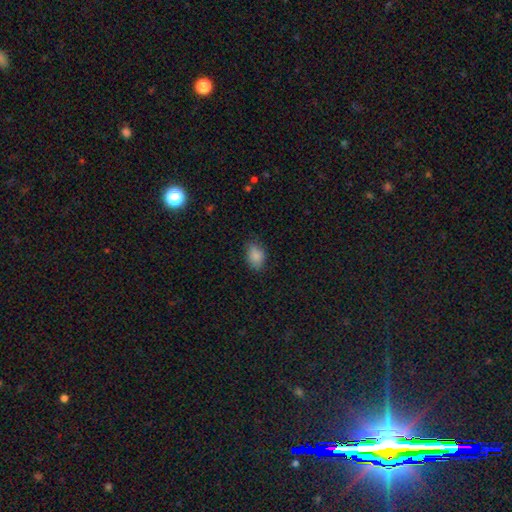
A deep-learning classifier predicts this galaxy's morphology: Overall: smooth (87%). How rounded: in between (82%). Merging: none (78%).